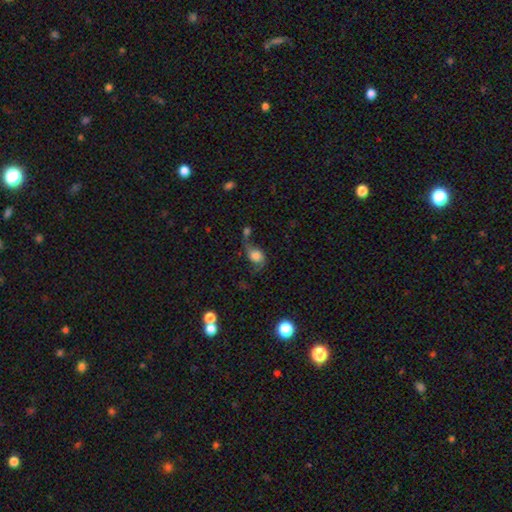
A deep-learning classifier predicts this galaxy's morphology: smooth-or-featured: smooth: 50% | featured or disk: 38% | star or artifact: 12%
  how-rounded: in between: 54% | round: 44% | cigar-shaped: 2%
  merging: none: 34% | major disturbance: 24% | merger: 21% | minor disturbance: 21%